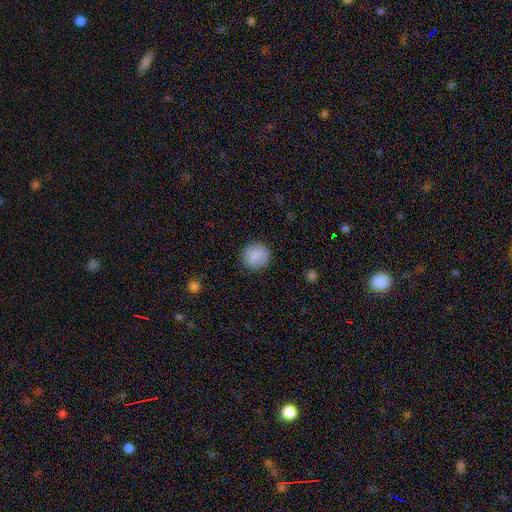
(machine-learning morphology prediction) smooth_or_featured: smooth (p=0.88) [alt: star or artifact p=0.07]
how_rounded: round (p=0.90) [alt: in between p=0.09]
merging: none (p=0.90) [alt: minor disturbance p=0.07]